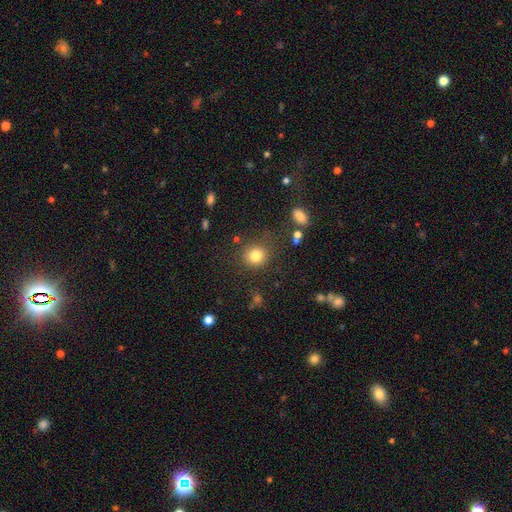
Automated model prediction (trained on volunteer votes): Morphology: type=smooth (81%); roundness=round (84%); merging=none (80%).